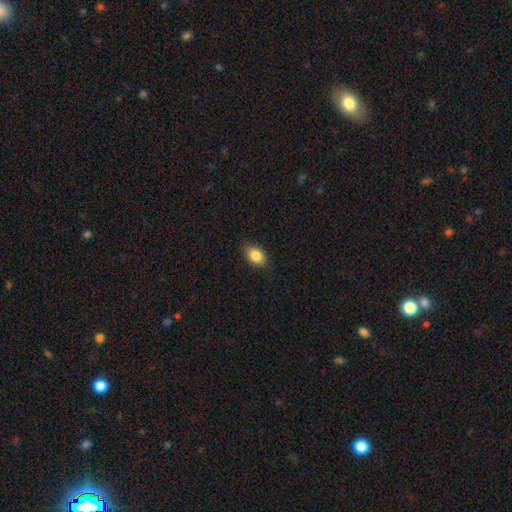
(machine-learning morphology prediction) Q: Smooth or featured?
A: smooth (85%); runner-up: star or artifact (8%)
Q: How rounded?
A: in between (80%); runner-up: round (19%)
Q: Merging?
A: none (83%); runner-up: minor disturbance (13%)